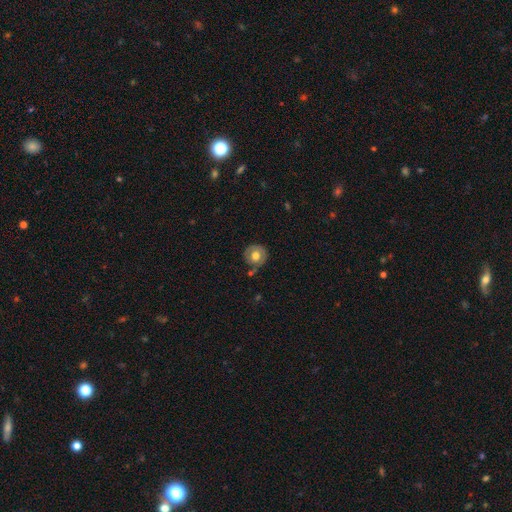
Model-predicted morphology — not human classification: This appears to be a smooth galaxy with no disk features (59%) that is round (89%). Merging: none (69%).